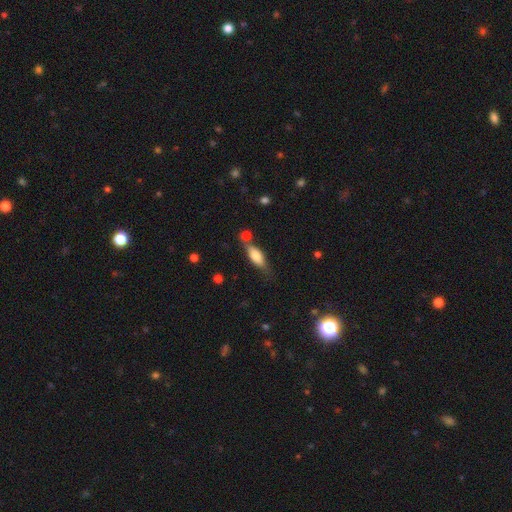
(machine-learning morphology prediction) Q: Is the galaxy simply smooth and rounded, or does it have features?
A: smooth — 70%.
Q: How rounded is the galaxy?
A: in between — 63%.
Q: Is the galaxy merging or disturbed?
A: none — 59%.